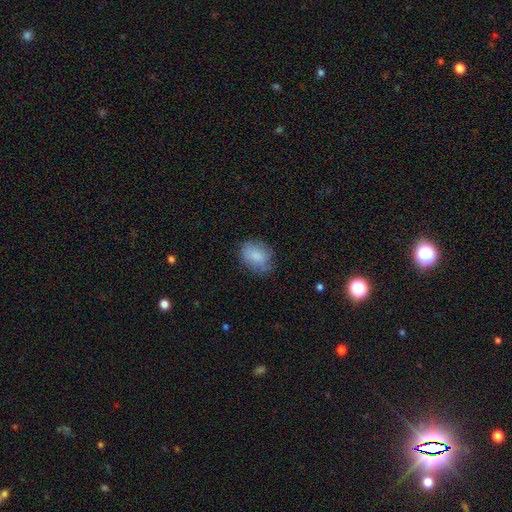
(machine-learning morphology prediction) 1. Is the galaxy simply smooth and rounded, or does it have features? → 82% smooth, 11% featured or disk, 7% star or artifact.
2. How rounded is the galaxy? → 70% in between, 29% round, 1% cigar-shaped.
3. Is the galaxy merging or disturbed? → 70% none, 23% minor disturbance, 6% major disturbance, 1% merger.